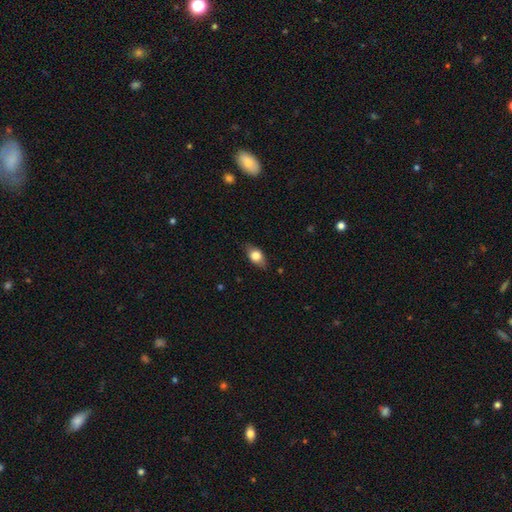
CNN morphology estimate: A smooth galaxy with no disk features (71%) that is in between round and cigar-shaped (81%).

Vote fractions:
- Smooth or featured? smooth: 71% / featured or disk: 21% / star or artifact: 7%
- How rounded? in between: 81% / round: 12% / cigar-shaped: 8%
- Merging? none: 81% / minor disturbance: 15% / major disturbance: 3% / merger: 1%